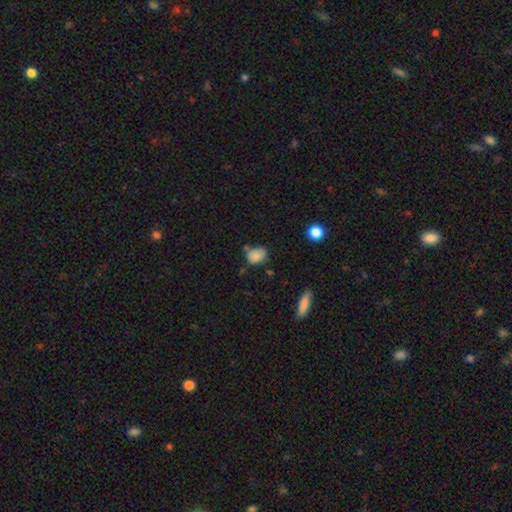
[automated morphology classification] Q: Smooth or featured?
A: smooth (82%); runner-up: star or artifact (10%)
Q: How rounded?
A: in between (60%); runner-up: round (38%)
Q: Merging?
A: none (53%); runner-up: minor disturbance (30%)